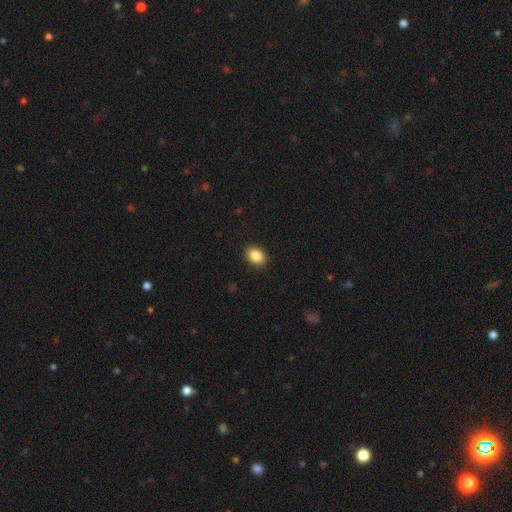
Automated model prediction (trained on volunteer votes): Smooth or featured: smooth — 88% (star or artifact — 8%)
How rounded: in between — 75% (round — 24%)
Merging: none — 89% (minor disturbance — 8%)